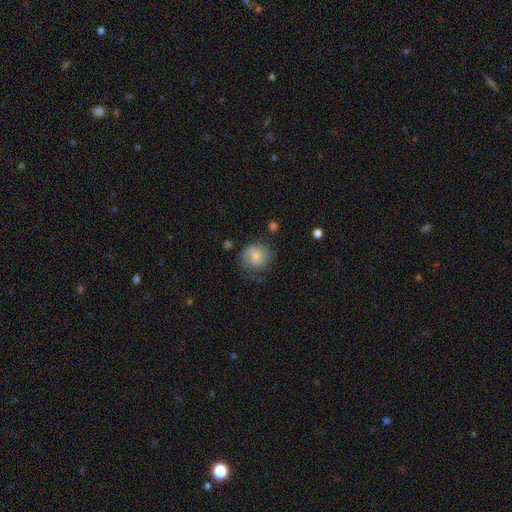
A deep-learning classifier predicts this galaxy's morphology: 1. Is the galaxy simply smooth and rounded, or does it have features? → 62% smooth, 30% featured or disk, 8% star or artifact.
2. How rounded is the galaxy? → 77% round, 22% in between, 1% cigar-shaped.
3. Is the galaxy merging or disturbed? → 55% none, 27% minor disturbance, 16% major disturbance, 2% merger.